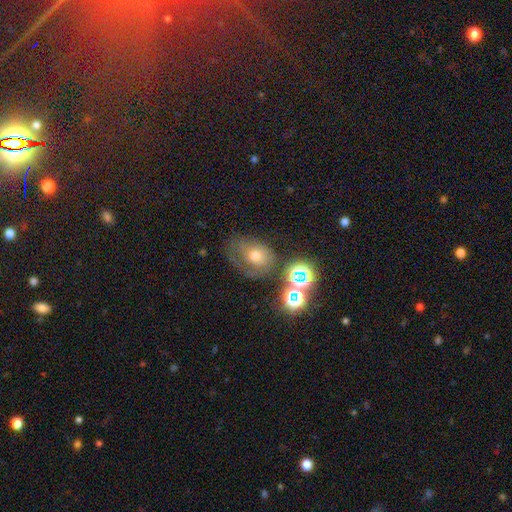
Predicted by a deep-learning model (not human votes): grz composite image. It shows a smooth galaxy with no disk features (40%). Merging: none (39%).